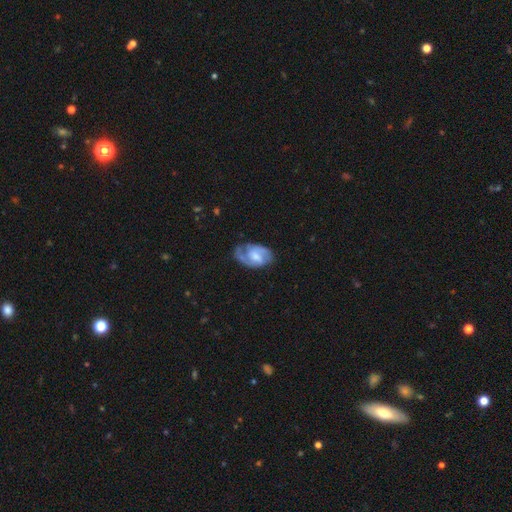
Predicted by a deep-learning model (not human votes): The model was most divided on "bulge size": moderate: 38%, small: 36%, none: 17%, large: 8%, dominant: 1%. Remaining: edge-on disk — no (97%); spiral arms — yes (92%); smooth or featured — featured or disk (76%); spiral arm count — 2 (76%); merging — none (61%); bar — weak (51%); spiral winding — medium (50%).